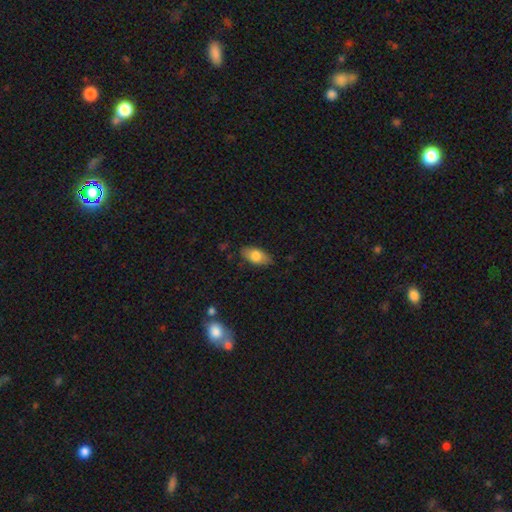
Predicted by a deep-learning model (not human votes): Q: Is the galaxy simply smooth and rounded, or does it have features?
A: smooth — 76%.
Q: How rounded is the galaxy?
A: in between — 90%.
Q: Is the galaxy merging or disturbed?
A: none — 84%.